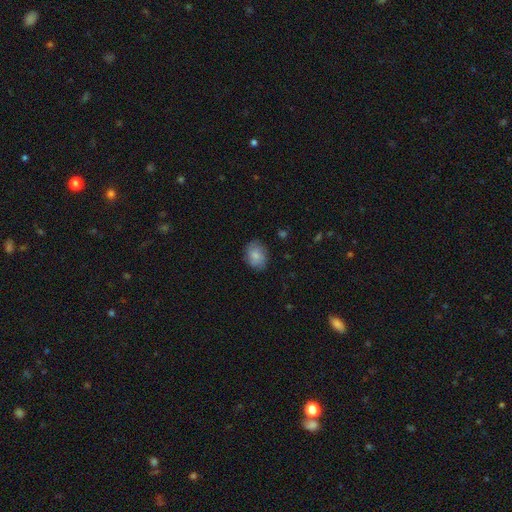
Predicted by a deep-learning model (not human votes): smooth-or-featured: smooth: 77% | featured or disk: 16% | star or artifact: 7%
  how-rounded: in between: 54% | round: 45% | cigar-shaped: 1%
  merging: none: 79% | minor disturbance: 16% | major disturbance: 4% | merger: 1%